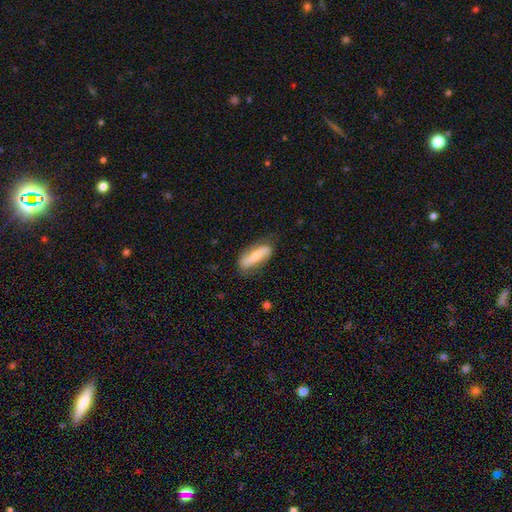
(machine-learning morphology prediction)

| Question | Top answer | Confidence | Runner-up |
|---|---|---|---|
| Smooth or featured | smooth | 48% | featured or disk (46%) |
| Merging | none | 71% | minor disturbance (21%) |